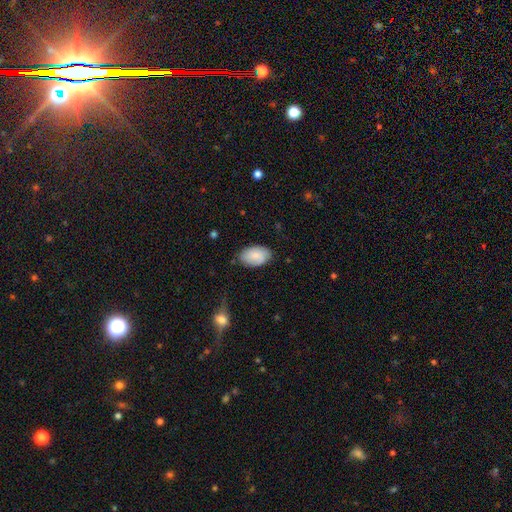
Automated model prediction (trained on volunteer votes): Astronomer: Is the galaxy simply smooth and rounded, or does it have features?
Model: smooth — 78%.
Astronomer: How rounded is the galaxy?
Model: in between — 92%.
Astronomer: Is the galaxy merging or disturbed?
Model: none — 76%.